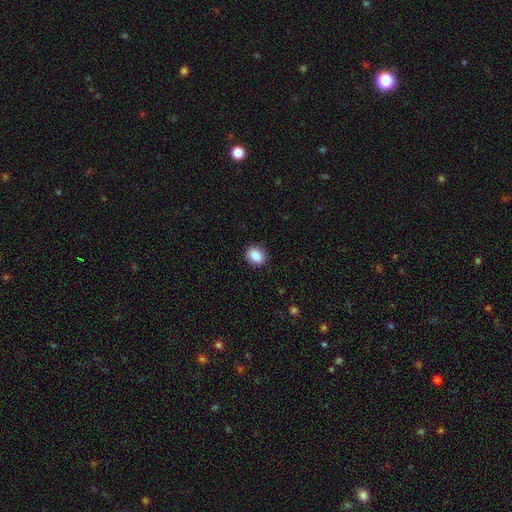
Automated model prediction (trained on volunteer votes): smooth 87%, star or artifact 9%, featured or disk 4%. Down the decision tree: how rounded — round (62%); merging — none (90%).